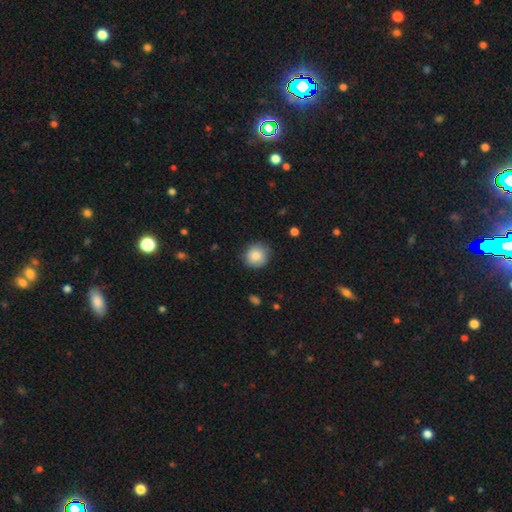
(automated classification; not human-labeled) The model was most divided on "merging": none: 83%, minor disturbance: 14%, major disturbance: 3%, merger: 1%. More confident: how rounded — round (89%); smooth or featured — smooth (85%).